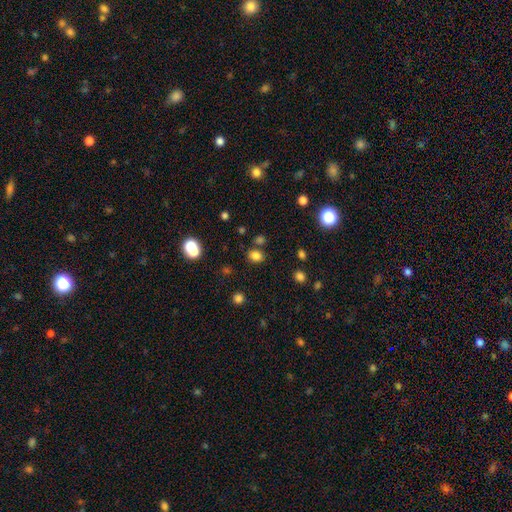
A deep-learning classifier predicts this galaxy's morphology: The model was most divided on "how rounded": in between: 54%, round: 45%, cigar-shaped: 1%. More confident: smooth or featured — smooth (80%); merging — none (76%).